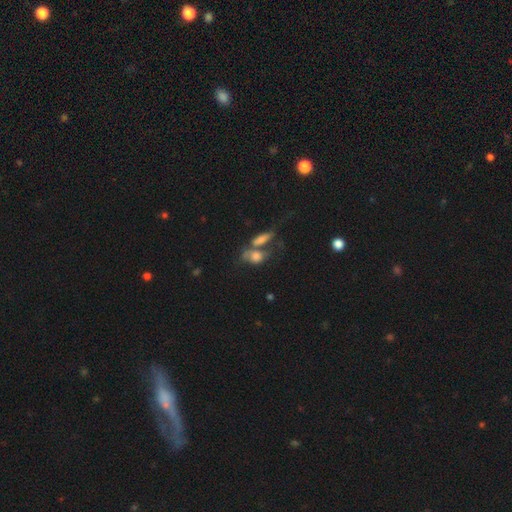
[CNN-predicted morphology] The model was most divided on "merging": merger: 53%, none: 23%, minor disturbance: 12%, major disturbance: 11%. More confident: how rounded — in between (68%); smooth or featured — smooth (64%).